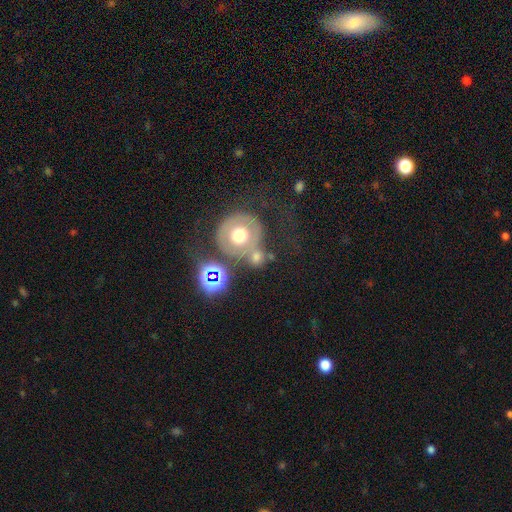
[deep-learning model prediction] smooth 54%, featured or disk 29%, star or artifact 17%. Down the decision tree: how rounded — round (89%); merging — none (50%).